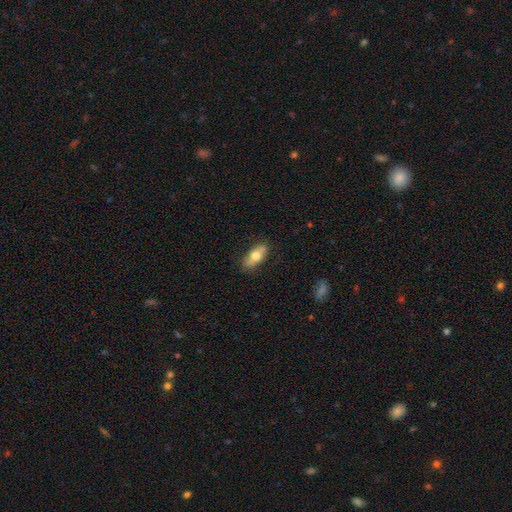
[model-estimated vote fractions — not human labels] smooth_or_featured: smooth (p=0.66) [alt: featured or disk p=0.28]
how_rounded: in between (p=0.81) [alt: cigar-shaped p=0.15]
merging: none (p=0.83) [alt: minor disturbance p=0.13]